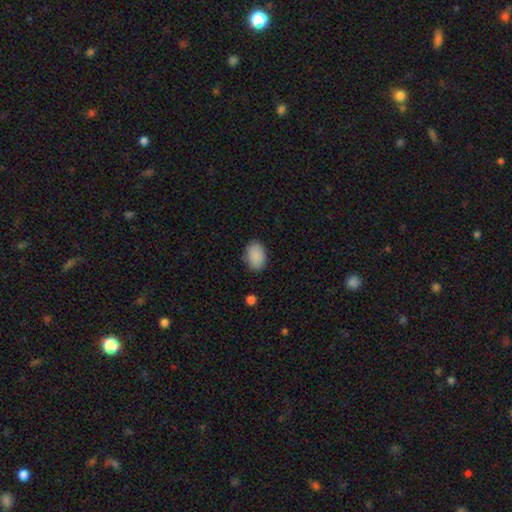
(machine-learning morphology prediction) type=smooth (89%); roundness=in between (84%); merging=none (84%).